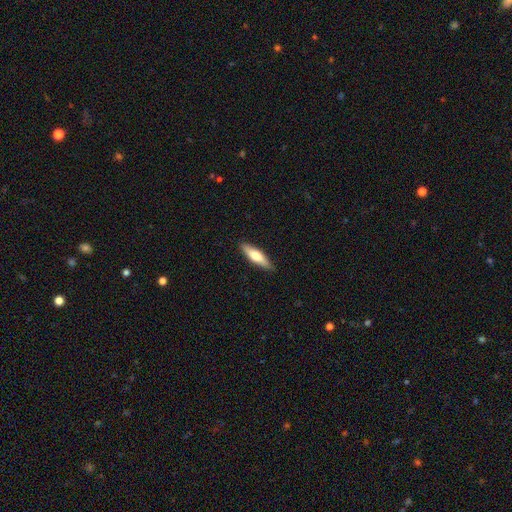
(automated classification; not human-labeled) Smooth or featured: smooth — 65% (featured or disk — 30%)
How rounded: cigar-shaped — 65% (in between — 33%)
Merging: none — 87% (minor disturbance — 10%)